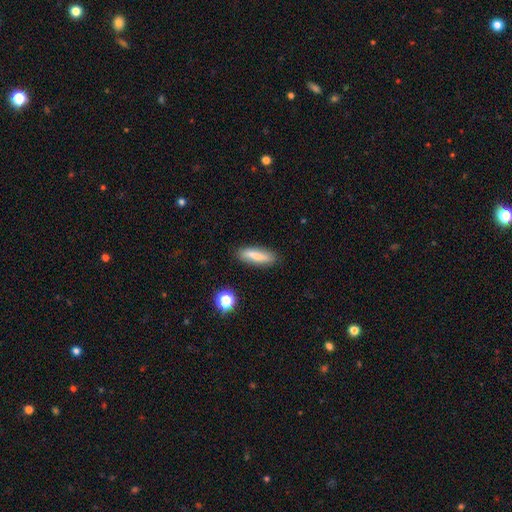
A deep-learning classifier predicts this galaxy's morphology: smooth-or-featured: smooth: 76% | featured or disk: 15% | star or artifact: 8%
  how-rounded: cigar-shaped: 64% | in between: 34% | round: 2%
  merging: none: 83% | minor disturbance: 12% | major disturbance: 3% | merger: 2%